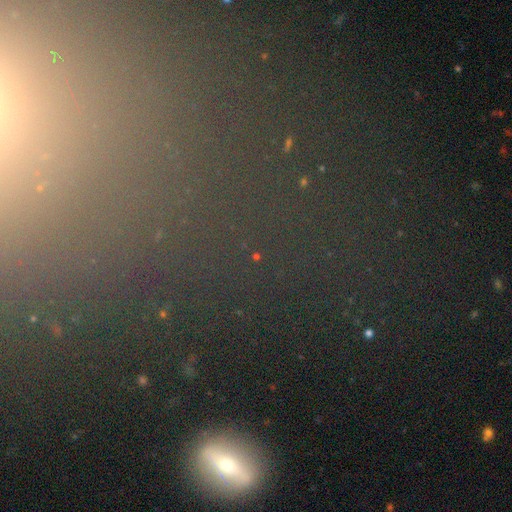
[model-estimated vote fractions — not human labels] This is likely a star or artifact rather than a galaxy (64%).